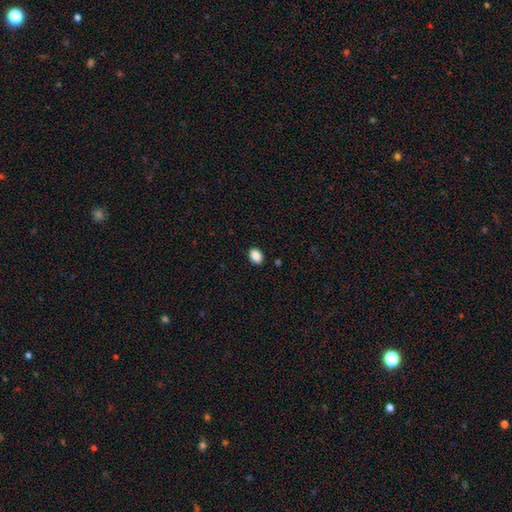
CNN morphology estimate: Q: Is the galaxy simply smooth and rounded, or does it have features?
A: smooth — 89%.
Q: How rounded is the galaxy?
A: in between — 78%.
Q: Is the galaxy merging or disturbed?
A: none — 89%.